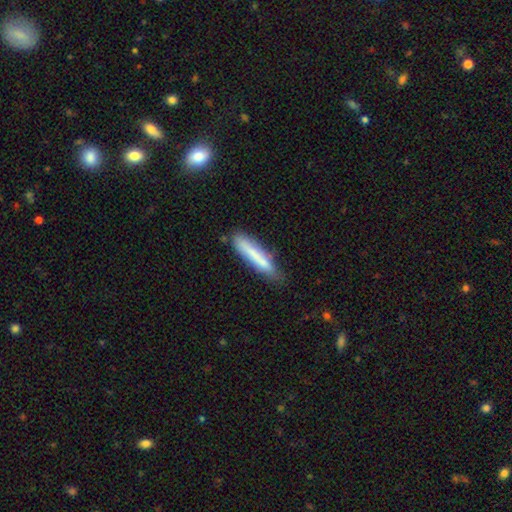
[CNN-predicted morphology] smooth_or_featured: smooth (p=0.71) [alt: featured or disk p=0.23]
how_rounded: cigar-shaped (p=0.89) [alt: in between p=0.09]
merging: none (p=0.74) [alt: minor disturbance p=0.18]